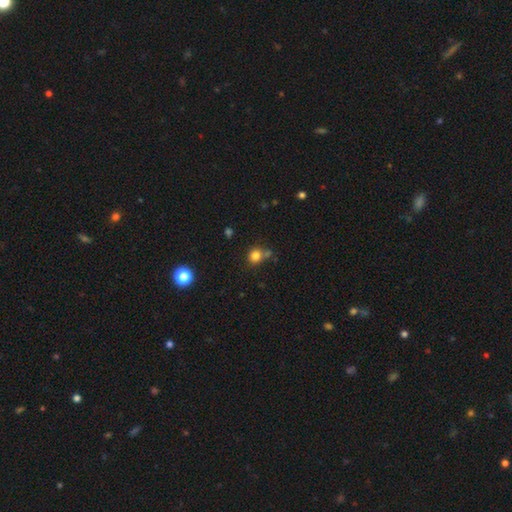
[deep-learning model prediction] smooth-or-featured: smooth: 81% | star or artifact: 13% | featured or disk: 6%
  how-rounded: round: 84% | in between: 15% | cigar-shaped: 1%
  merging: none: 65% | merger: 17% | minor disturbance: 14% | major disturbance: 5%